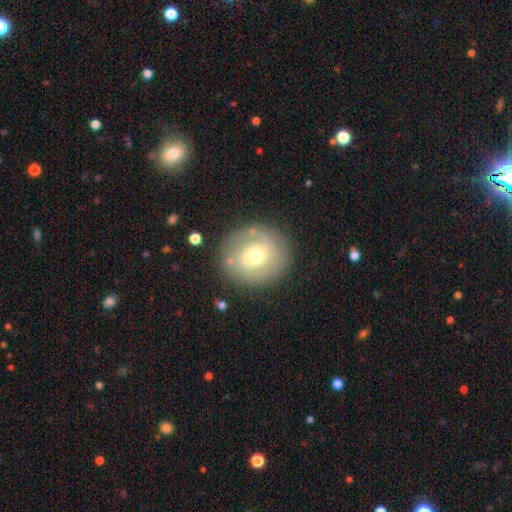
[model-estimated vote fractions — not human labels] Smooth or featured? featured or disk (48%)
Merging? none (78%)